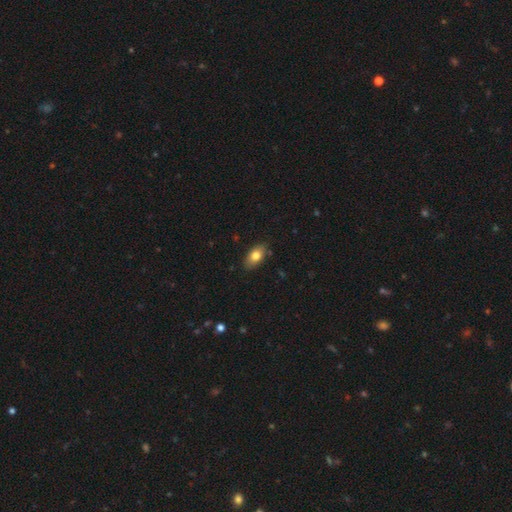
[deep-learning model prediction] A smooth galaxy with no disk features (78%) that is in between round and cigar-shaped (90%).

Vote fractions:
- Smooth or featured? smooth: 78% / featured or disk: 14% / star or artifact: 7%
- How rounded? in between: 90% / round: 6% / cigar-shaped: 4%
- Merging? none: 84% / minor disturbance: 12% / major disturbance: 2% / merger: 1%